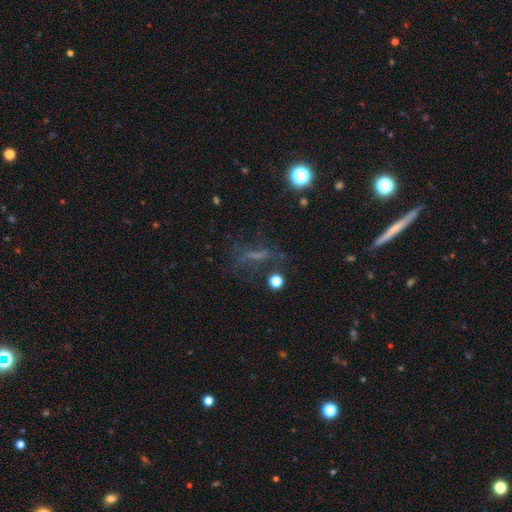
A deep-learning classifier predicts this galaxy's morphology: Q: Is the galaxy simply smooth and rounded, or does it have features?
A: smooth — 34%.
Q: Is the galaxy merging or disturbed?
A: none — 53%.